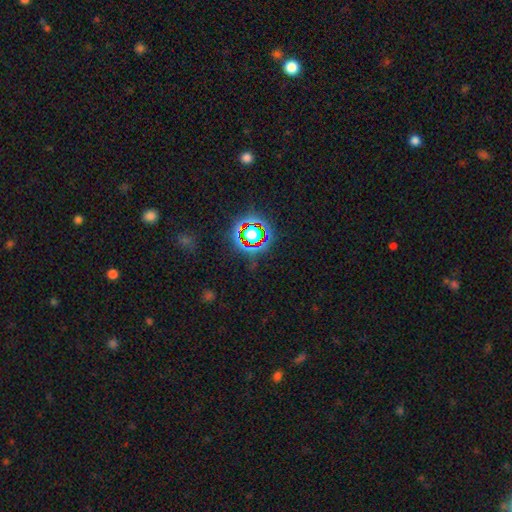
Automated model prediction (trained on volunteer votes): Smooth or featured? Predicted: star or artifact (p=0.76).